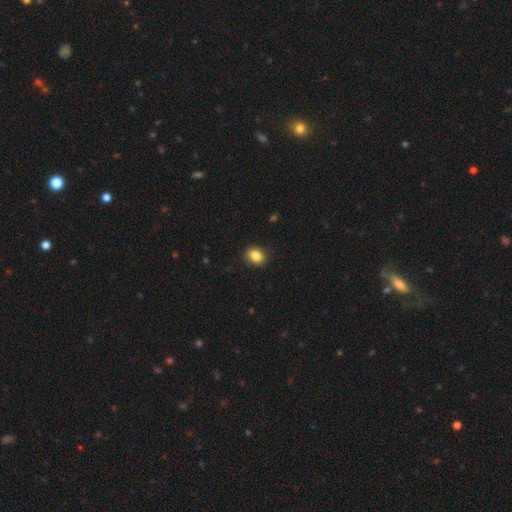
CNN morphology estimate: Smooth or featured? smooth (86%)
How rounded? in between (57%)
Merging? none (88%)